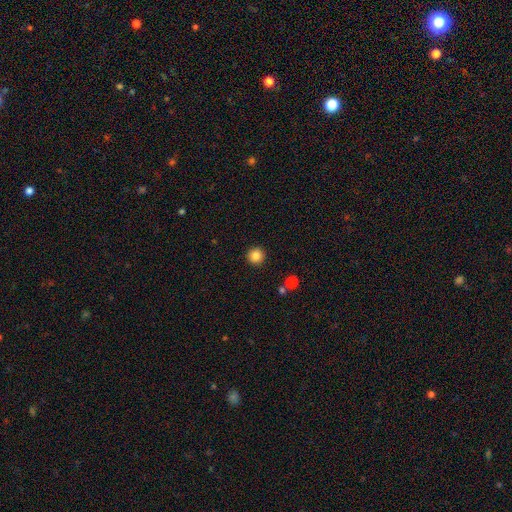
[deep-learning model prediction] This appears to be a smooth galaxy with no disk features (85%) that is round (96%). Merging: none (93%).